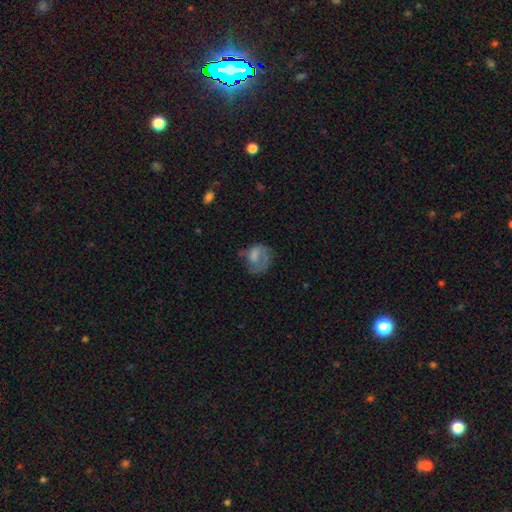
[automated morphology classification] smooth-or-featured: smooth: 58% | featured or disk: 32% | star or artifact: 10%
  how-rounded: round: 53% | in between: 46% | cigar-shaped: 1%
  merging: major disturbance: 37% | none: 34% | minor disturbance: 25% | merger: 4%